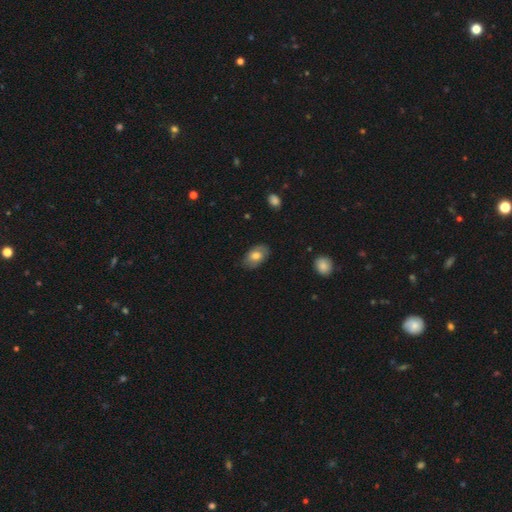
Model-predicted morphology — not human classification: A smooth galaxy with no disk features (71%) that is in between round and cigar-shaped (89%).

Vote fractions:
- Smooth or featured? smooth: 71% / featured or disk: 22% / star or artifact: 7%
- How rounded? in between: 89% / round: 9% / cigar-shaped: 1%
- Merging? none: 80% / minor disturbance: 16% / major disturbance: 3% / merger: 1%